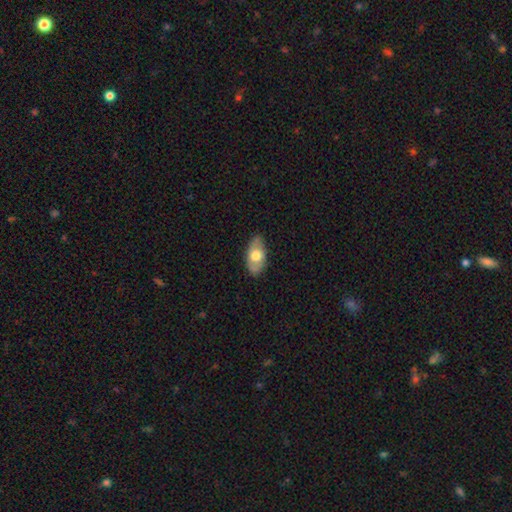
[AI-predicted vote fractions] Smooth or featured? smooth (58%)
How rounded? in between (91%)
Merging? none (80%)